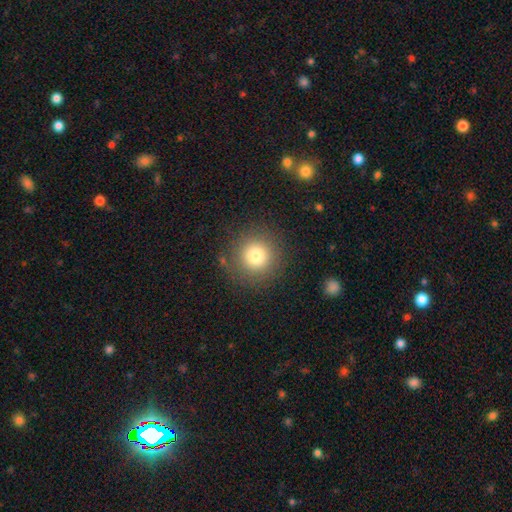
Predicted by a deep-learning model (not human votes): This appears to be a smooth galaxy with no disk features (78%) that is round (95%). Merging: none (88%).